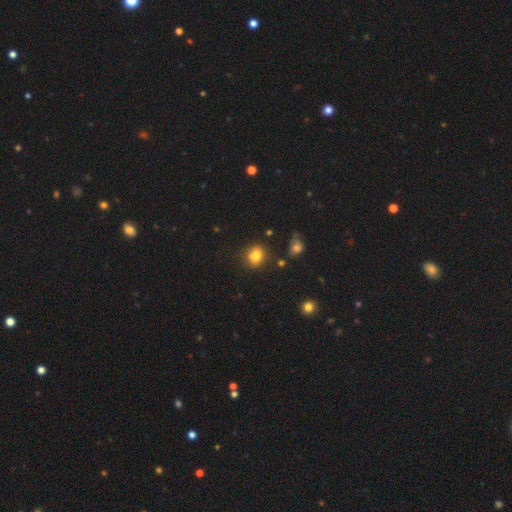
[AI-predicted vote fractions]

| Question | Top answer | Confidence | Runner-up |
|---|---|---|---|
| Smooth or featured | smooth | 78% | star or artifact (13%) |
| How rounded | round | 59% | in between (40%) |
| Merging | none | 72% | minor disturbance (16%) |